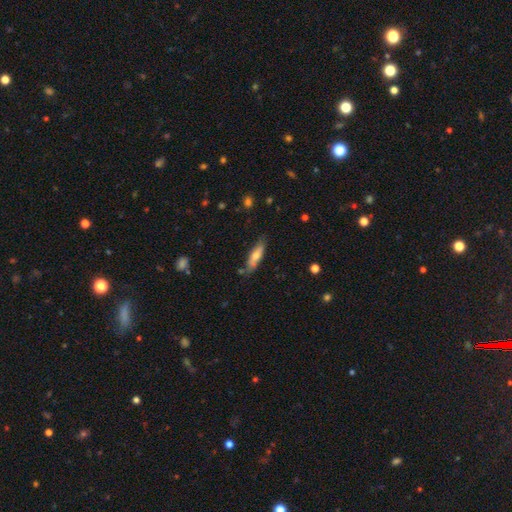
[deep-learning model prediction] The model was most divided on "smooth or featured": smooth: 62%, featured or disk: 32%, star or artifact: 6%. More confident: merging — none (76%); how rounded — cigar-shaped (66%).